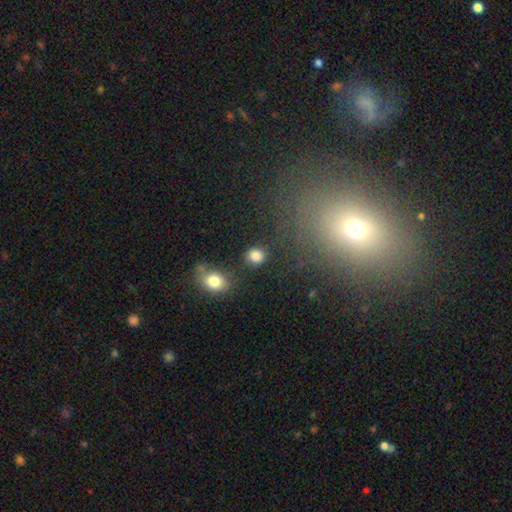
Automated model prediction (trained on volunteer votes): Morphology: type=smooth (84%); roundness=round (81%); merging=none (82%).